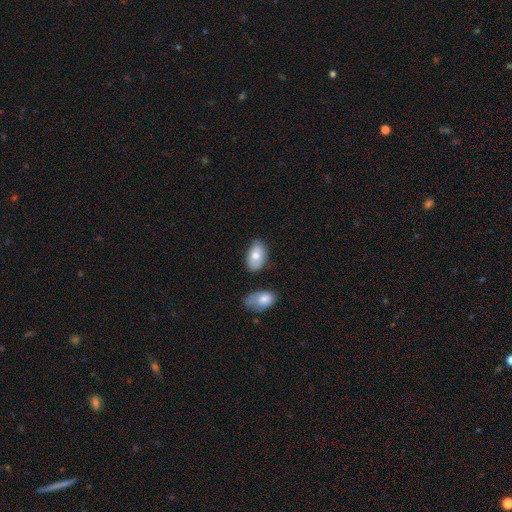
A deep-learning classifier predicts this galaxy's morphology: A smooth galaxy with no disk features (72%) that is in between round and cigar-shaped (92%). Merging: none (71%).